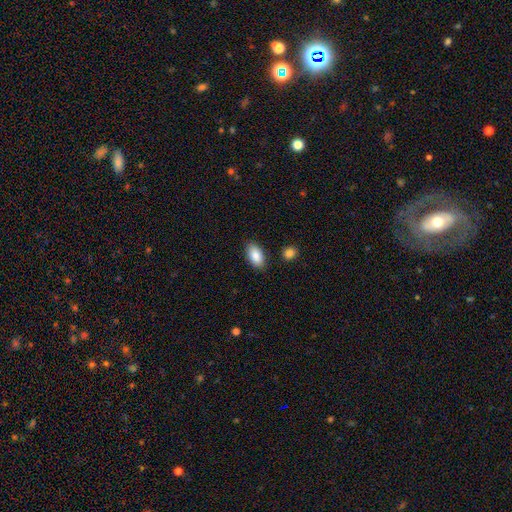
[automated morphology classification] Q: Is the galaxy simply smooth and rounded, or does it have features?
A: smooth — 87%.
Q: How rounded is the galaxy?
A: in between — 93%.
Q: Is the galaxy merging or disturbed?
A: none — 85%.